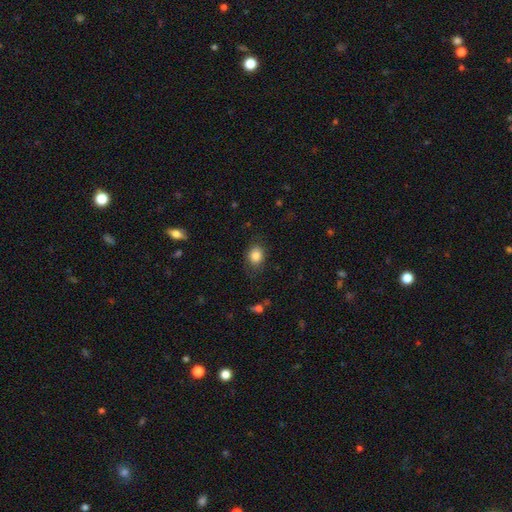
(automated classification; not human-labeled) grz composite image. It shows a smooth galaxy with no disk features (84%) that is in between round and cigar-shaped (52%). Merging: none (75%).